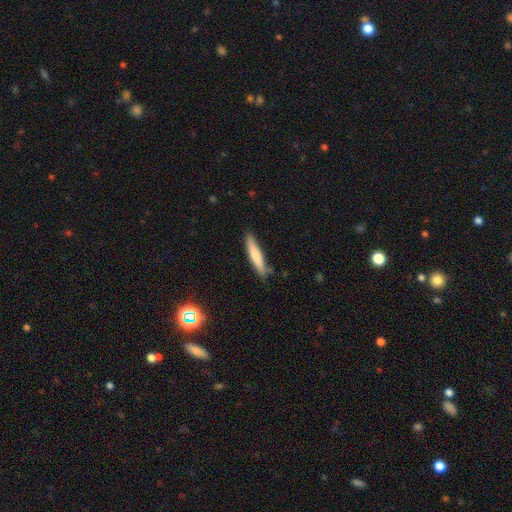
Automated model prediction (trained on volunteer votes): Smooth or featured?
  - smooth: 73% *
  - featured or disk: 22%
  - star or artifact: 6%
How rounded?
  - cigar-shaped: 89% *
  - in between: 10%
  - round: 1%
Merging?
  - none: 80% *
  - minor disturbance: 15%
  - major disturbance: 3%
  - merger: 2%